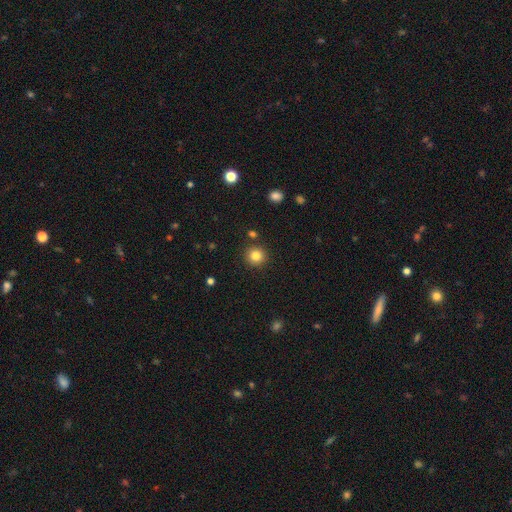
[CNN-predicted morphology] Q: Smooth or featured?
A: smooth (83%); runner-up: star or artifact (11%)
Q: How rounded?
A: round (93%); runner-up: in between (6%)
Q: Merging?
A: none (89%); runner-up: minor disturbance (6%)